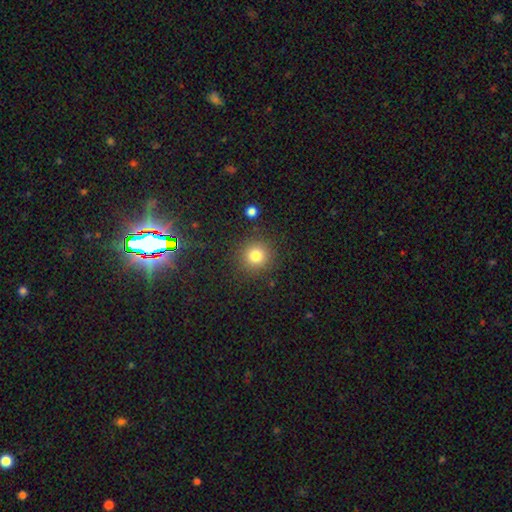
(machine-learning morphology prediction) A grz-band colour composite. It shows a smooth galaxy with no disk features (81%) that is round (93%). Merging: none (88%).